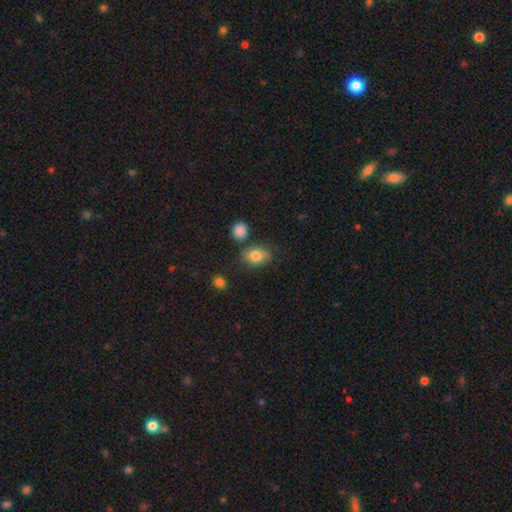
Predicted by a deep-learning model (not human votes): This is clearly a smooth galaxy (80%). How rounded: likely in between (75%). Merging: likely none (70%).